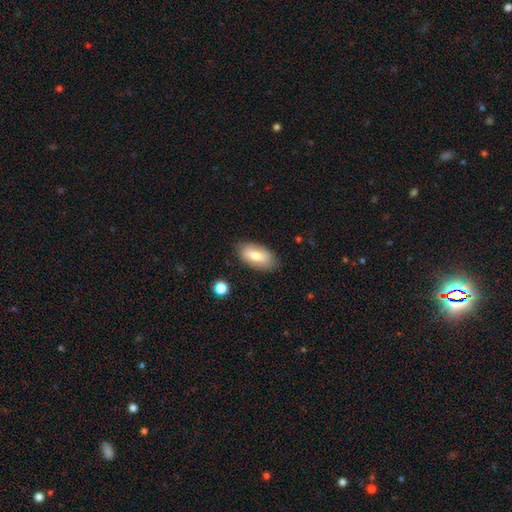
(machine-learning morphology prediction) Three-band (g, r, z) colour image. It shows a smooth galaxy with no disk features (65%) that is in between round and cigar-shaped (90%). Merging: none (83%).